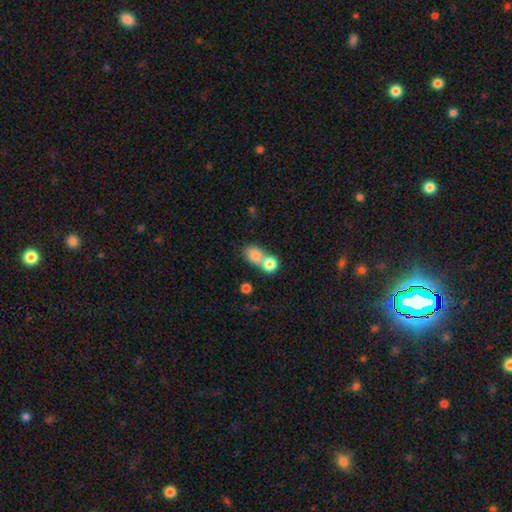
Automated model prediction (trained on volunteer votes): Smooth or featured?
  - smooth: 80% *
  - featured or disk: 10%
  - star or artifact: 9%
How rounded?
  - round: 53% *
  - in between: 45%
  - cigar-shaped: 2%
Merging?
  - merger: 59% *
  - none: 30%
  - minor disturbance: 7%
  - major disturbance: 4%